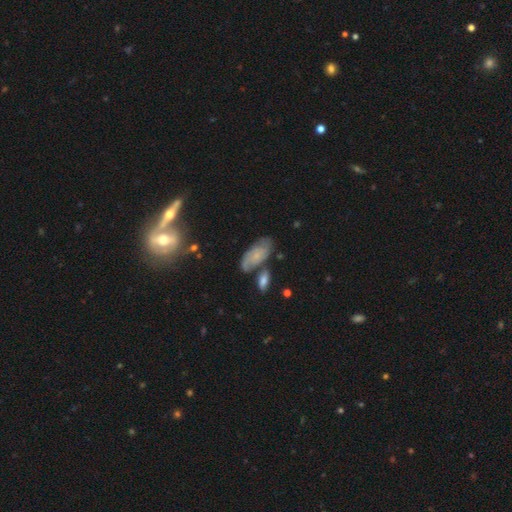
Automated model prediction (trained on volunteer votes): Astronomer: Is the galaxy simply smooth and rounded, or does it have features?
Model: smooth — 46% (runner-up: featured or disk, 45%).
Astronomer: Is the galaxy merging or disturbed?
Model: none — 61%.